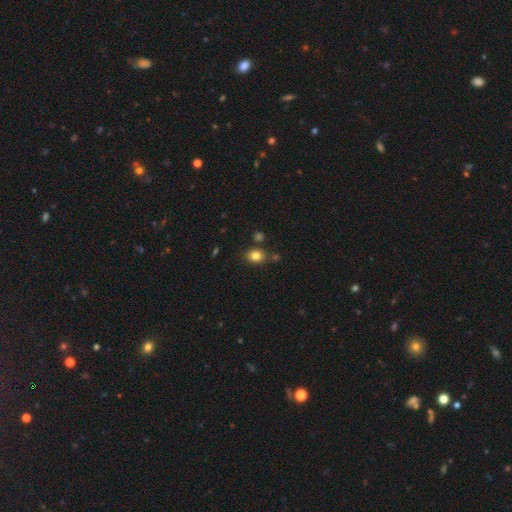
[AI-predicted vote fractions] Smooth or featured: smooth — 83% (star or artifact — 11%)
How rounded: in between — 51% (round — 48%)
Merging: none — 79% (minor disturbance — 11%)